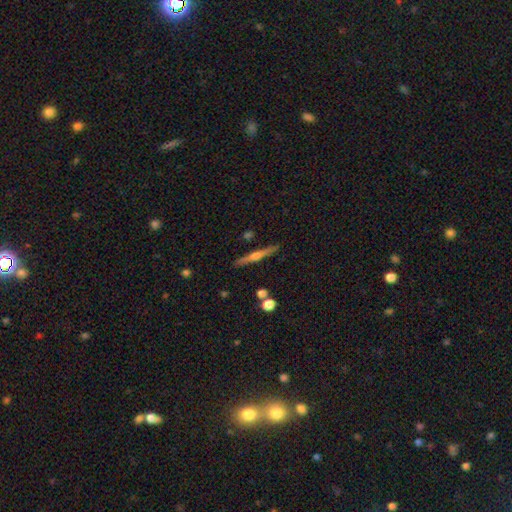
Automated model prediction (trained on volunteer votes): smooth_or_featured: featured or disk (p=0.64) [alt: smooth p=0.29]
disk_edge_on: yes (p=0.97) [alt: no p=0.03]
edge_on_bulge: rounded (p=0.82) [alt: none p=0.11]
merging: none (p=0.87) [alt: minor disturbance p=0.08]